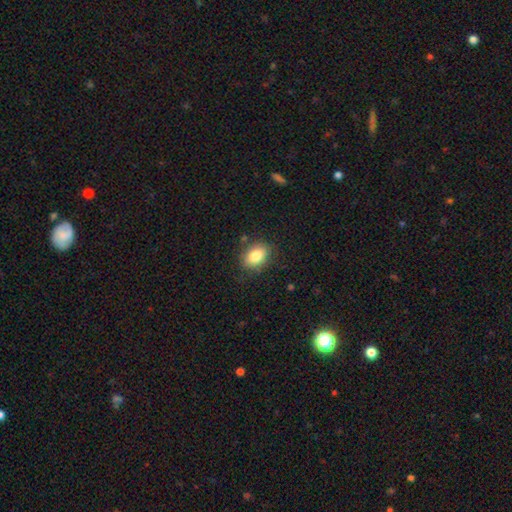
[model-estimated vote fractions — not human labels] Smooth or featured: smooth — 83% (star or artifact — 8%)
How rounded: in between — 78% (round — 20%)
Merging: none — 80% (minor disturbance — 14%)